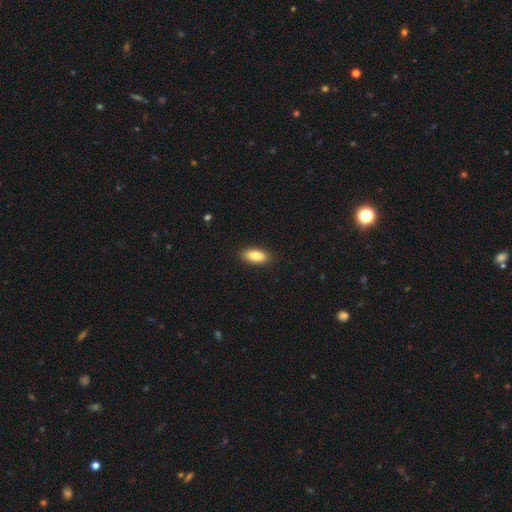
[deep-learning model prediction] Overall: smooth (85%). How rounded: in between (83%). Merging: none (89%).